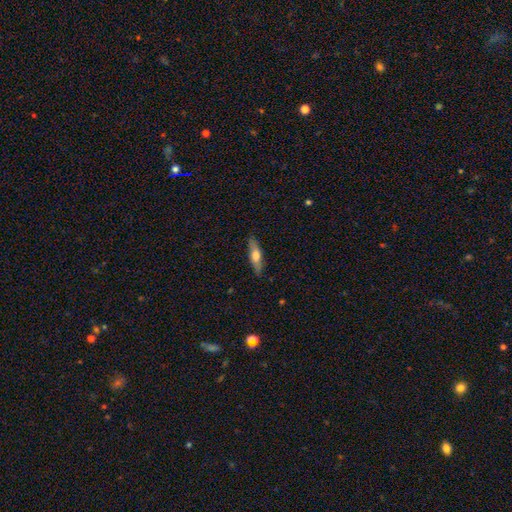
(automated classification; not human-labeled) Overall: smooth (56%; featured or disk 38%). How rounded: cigar-shaped (66%; in between 32%). Merging: none (85%).